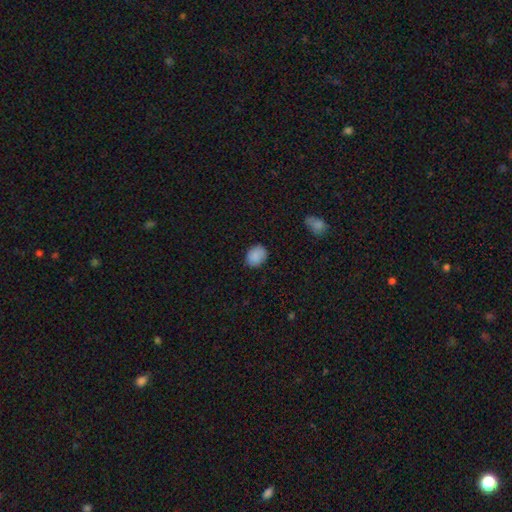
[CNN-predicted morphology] smooth_or_featured: smooth (p=0.88) [alt: star or artifact p=0.09]
how_rounded: in between (p=0.54) [alt: round p=0.45]
merging: none (p=0.83) [alt: minor disturbance p=0.13]